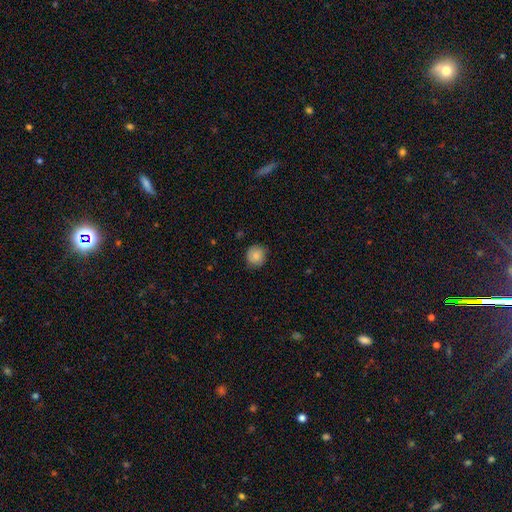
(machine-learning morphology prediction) type=smooth (86%); roundness=round (90%); merging=none (84%).